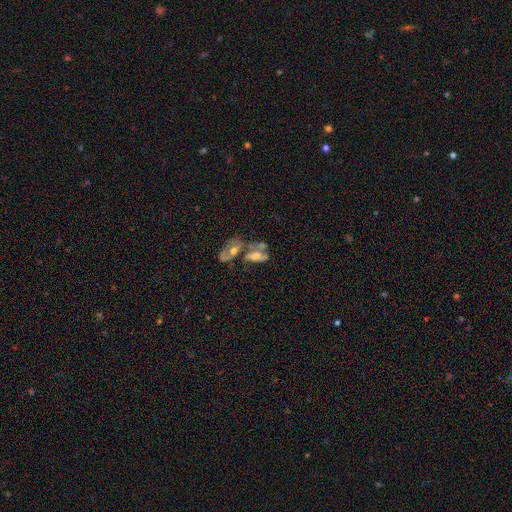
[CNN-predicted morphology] smooth-or-featured: featured or disk: 54% | smooth: 33% | star or artifact: 12%
  disk-edge-on: no: 86% | yes: 14%
  merging: merger: 59% | none: 19% | major disturbance: 12% | minor disturbance: 10%